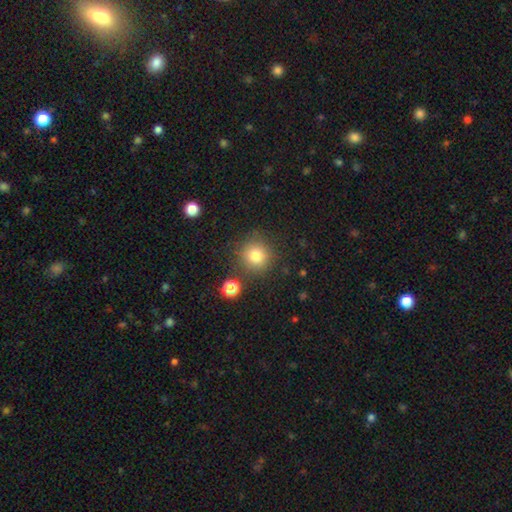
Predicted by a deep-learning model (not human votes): Smooth or featured?
  - smooth: 80% *
  - star or artifact: 13%
  - featured or disk: 7%
How rounded?
  - round: 93% *
  - in between: 6%
  - cigar-shaped: 1%
Merging?
  - none: 81% *
  - minor disturbance: 10%
  - merger: 6%
  - major disturbance: 4%